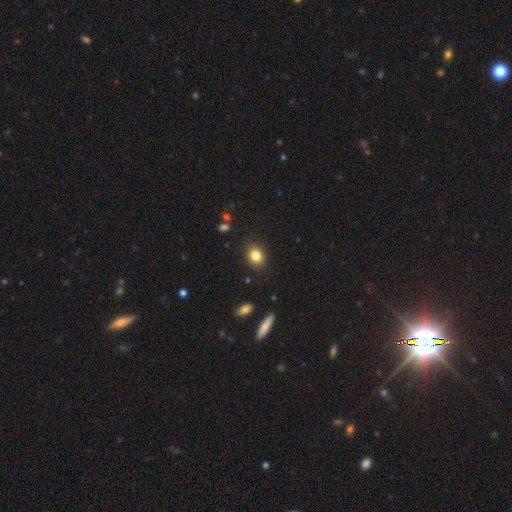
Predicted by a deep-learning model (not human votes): Smooth or featured?
  - smooth: 82% *
  - star or artifact: 10%
  - featured or disk: 8%
How rounded?
  - in between: 53% *
  - round: 46%
  - cigar-shaped: 1%
Merging?
  - none: 88% *
  - minor disturbance: 9%
  - major disturbance: 2%
  - merger: 1%